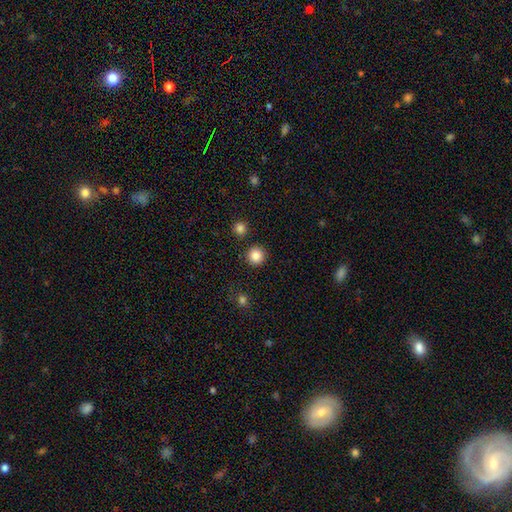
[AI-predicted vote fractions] A smooth galaxy with no disk features (85%) that is round (95%).

Vote fractions:
- Smooth or featured? smooth: 85% / star or artifact: 11% / featured or disk: 4%
- How rounded? round: 95% / in between: 4% / cigar-shaped: 1%
- Merging? none: 91% / minor disturbance: 5% / merger: 3% / major disturbance: 2%